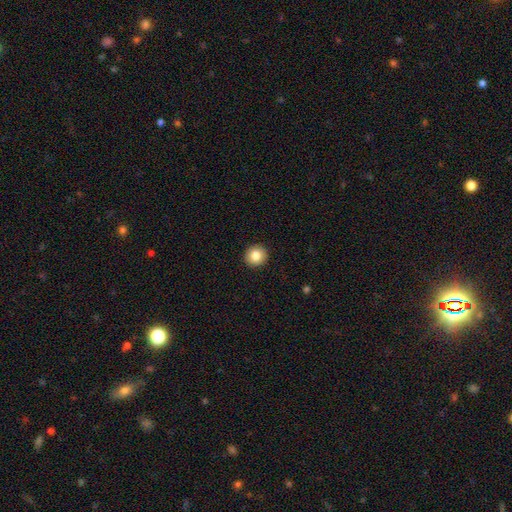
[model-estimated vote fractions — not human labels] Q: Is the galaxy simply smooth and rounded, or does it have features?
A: smooth — 83%.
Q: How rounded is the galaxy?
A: round — 93%.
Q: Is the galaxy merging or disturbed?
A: none — 93%.